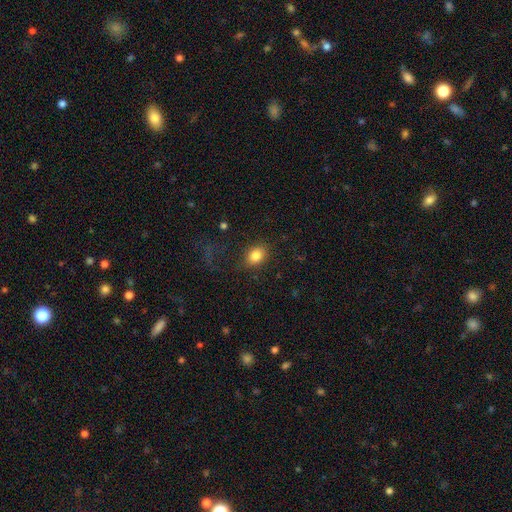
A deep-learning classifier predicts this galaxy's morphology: smooth 83%, star or artifact 10%, featured or disk 7%. Down the decision tree: how rounded — in between (60%); merging — none (78%).